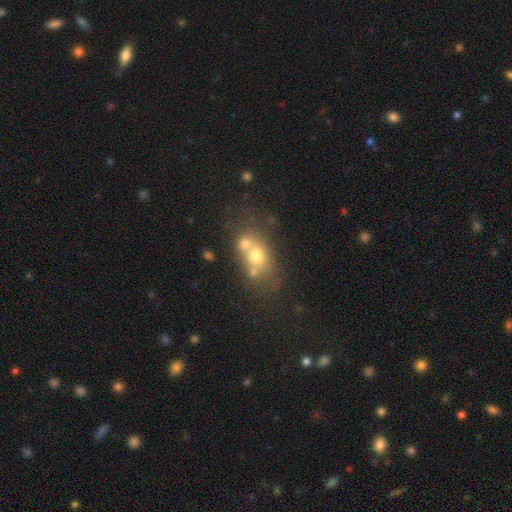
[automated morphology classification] The model was most divided on "how rounded": in between: 55%, round: 42%, cigar-shaped: 3%. More confident: smooth or featured — smooth (58%); merging — merger (50%).